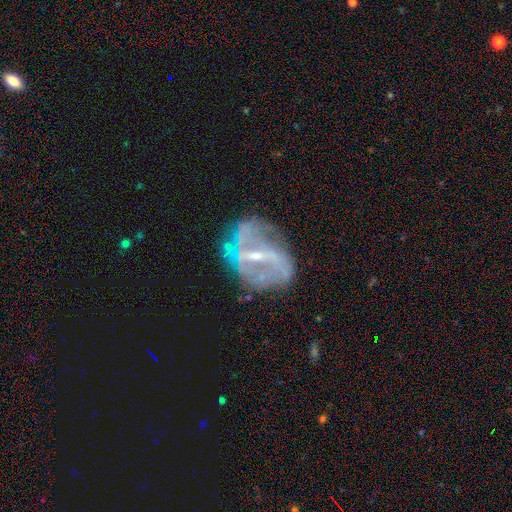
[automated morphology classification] A featured or disk galaxy (78%) with a strong bar (47%), 2 (57%) loose (43%) spiral arms (73%) and a small central bulge (72%).

Vote fractions:
- Smooth or featured? featured or disk: 78% / star or artifact: 11% / smooth: 11%
- Edge-on disk? no: 96% / yes: 4%
- Bar? strong: 47% / weak: 36% / no: 17%
- Spiral arms? yes: 73% / no: 27%
- Spiral winding? loose: 43% / medium: 36% / tight: 21%
- Spiral arm count? 2: 57% / can't tell: 24% / 3: 7% / 1: 6% / 4: 3% / more than 4: 3%
- Bulge size? small: 72% / moderate: 19% / none: 6% / large: 1% / dominant: 1%
- Merging? none: 56% / minor disturbance: 22% / major disturbance: 18% / merger: 4%